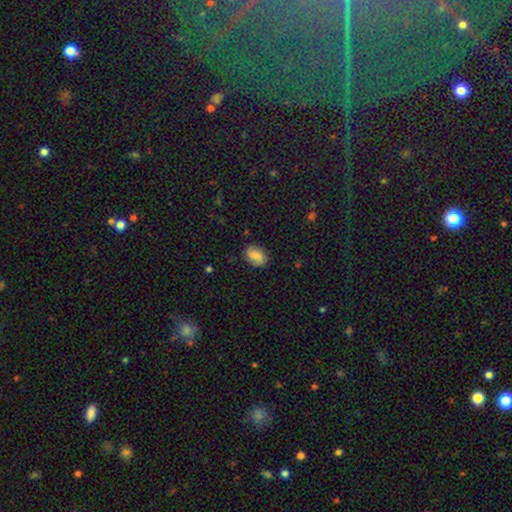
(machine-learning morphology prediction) A smooth galaxy with no disk features (75%) that is in between round and cigar-shaped (80%). Merging: none (80%).